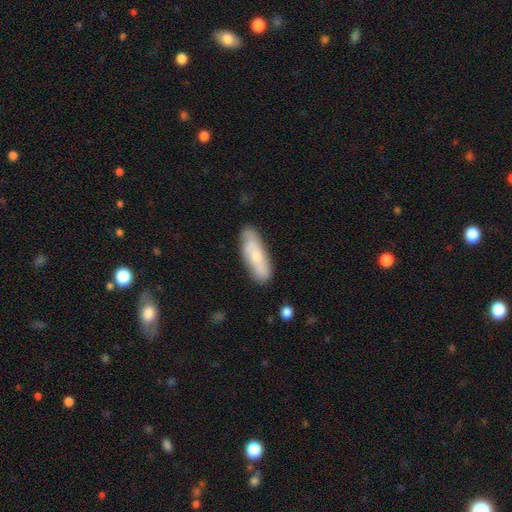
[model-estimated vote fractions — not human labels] Smooth or featured?
  - smooth: 58% *
  - featured or disk: 35%
  - star or artifact: 6%
How rounded?
  - in between: 55% *
  - cigar-shaped: 43%
  - round: 2%
Merging?
  - none: 77% *
  - minor disturbance: 18%
  - major disturbance: 4%
  - merger: 2%